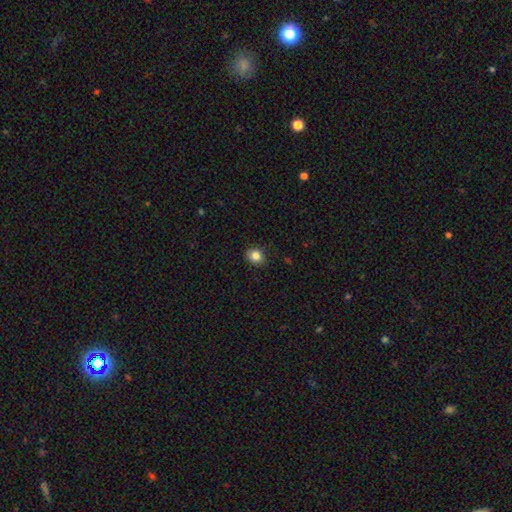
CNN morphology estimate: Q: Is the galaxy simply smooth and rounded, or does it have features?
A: smooth — 84%.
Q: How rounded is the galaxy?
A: round — 65%.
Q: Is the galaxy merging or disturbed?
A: none — 90%.